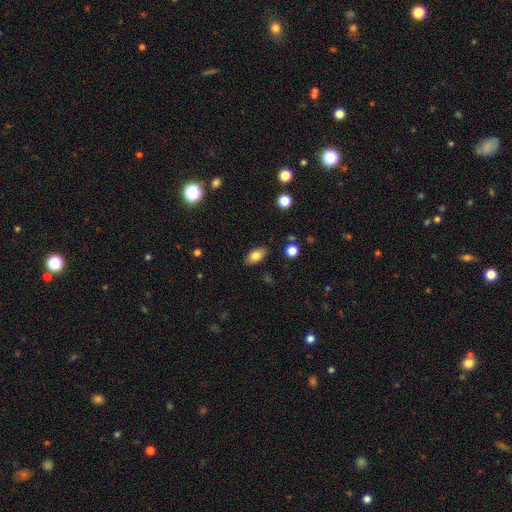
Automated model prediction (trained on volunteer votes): A smooth galaxy with no disk features (80%) that is in between round and cigar-shaped (90%).

Vote fractions:
- Smooth or featured? smooth: 80% / featured or disk: 11% / star or artifact: 8%
- How rounded? in between: 90% / round: 6% / cigar-shaped: 4%
- Merging? none: 86% / minor disturbance: 10% / major disturbance: 2% / merger: 2%